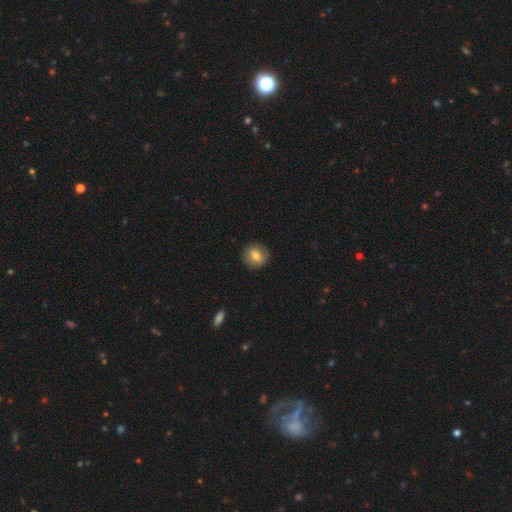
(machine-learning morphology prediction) Q: Smooth or featured?
A: smooth (78%); runner-up: featured or disk (14%)
Q: How rounded?
A: round (89%); runner-up: in between (10%)
Q: Merging?
A: none (87%); runner-up: minor disturbance (10%)